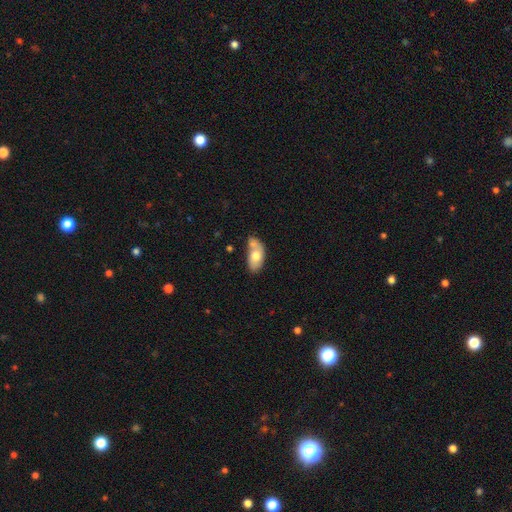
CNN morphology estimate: A smooth galaxy with no disk features (64%) that is in between round and cigar-shaped (90%).

Vote fractions:
- Smooth or featured? smooth: 64% / featured or disk: 30% / star or artifact: 6%
- How rounded? in between: 90% / round: 7% / cigar-shaped: 3%
- Merging? merger: 37% / none: 32% / minor disturbance: 22% / major disturbance: 9%